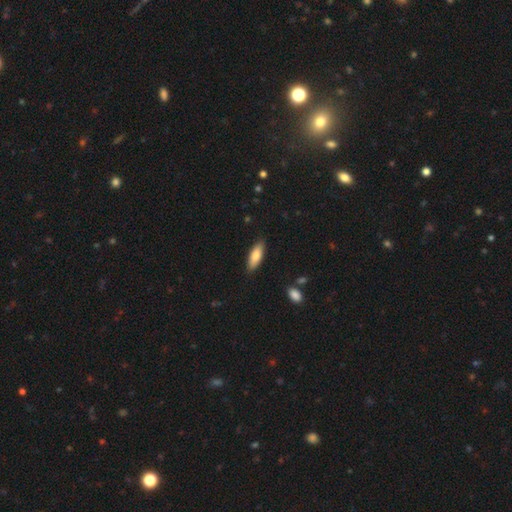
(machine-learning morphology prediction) A smooth galaxy with no disk features (80%) that is in between round and cigar-shaped (62%). Merging: none (86%).